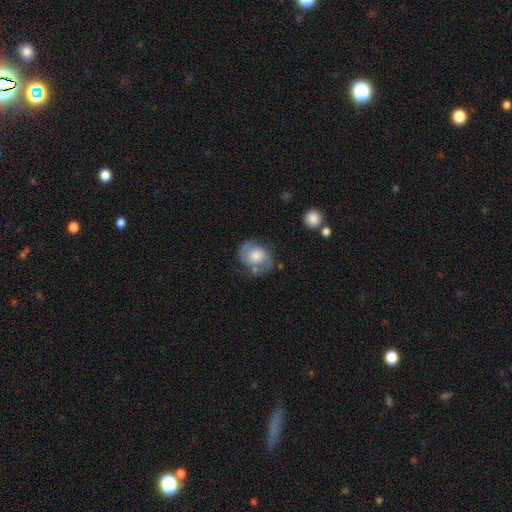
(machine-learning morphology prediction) A featured or disk galaxy (73%) with no bar (68%), 2 (89%) medium (50%) spiral arms (92%) and a moderate central bulge (41%).

Vote fractions:
- Smooth or featured? featured or disk: 73% / smooth: 20% / star or artifact: 7%
- Edge-on disk? no: 98% / yes: 2%
- Bar? no: 68% / weak: 27% / strong: 5%
- Spiral arms? yes: 92% / no: 8%
- Spiral winding? medium: 50% / tight: 30% / loose: 19%
- Spiral arm count? 2: 89% / can't tell: 5% / 1: 2% / 3: 1% / 4: 1% / more than 4: 1%
- Bulge size? moderate: 41% / large: 30% / small: 18% / none: 7% / dominant: 4%
- Merging? none: 67% / minor disturbance: 19% / major disturbance: 9% / merger: 4%